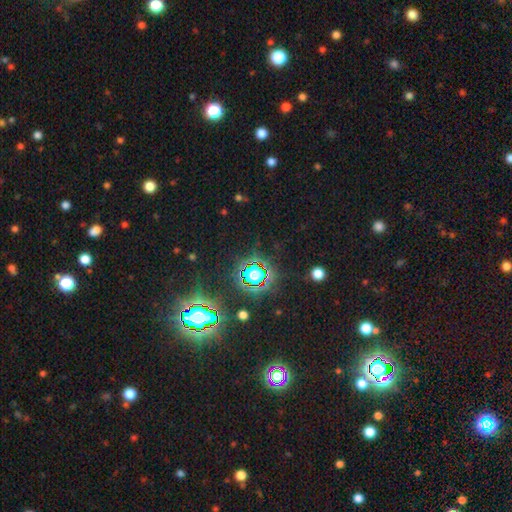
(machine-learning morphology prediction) star or artifact 80%, smooth 12%, featured or disk 8%.